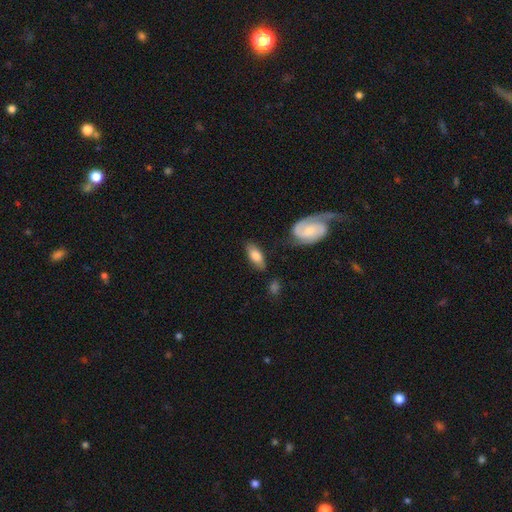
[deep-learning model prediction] This is likely a smooth galaxy (71%). How rounded: clearly in between (82%). Merging: likely none (73%).